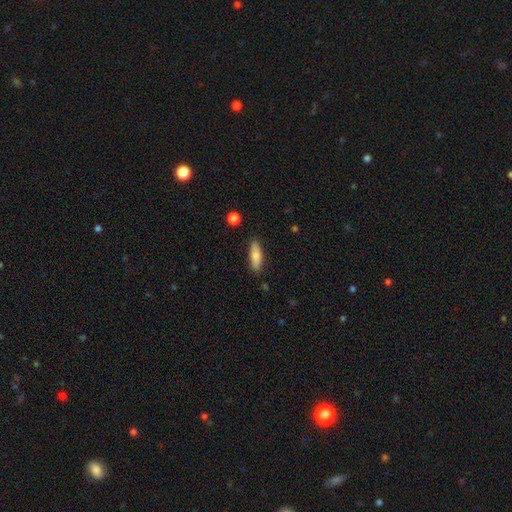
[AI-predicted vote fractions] Q: Smooth or featured?
A: smooth (74%); runner-up: featured or disk (19%)
Q: How rounded?
A: cigar-shaped (49%); runner-up: in between (48%)
Q: Merging?
A: none (86%); runner-up: minor disturbance (11%)